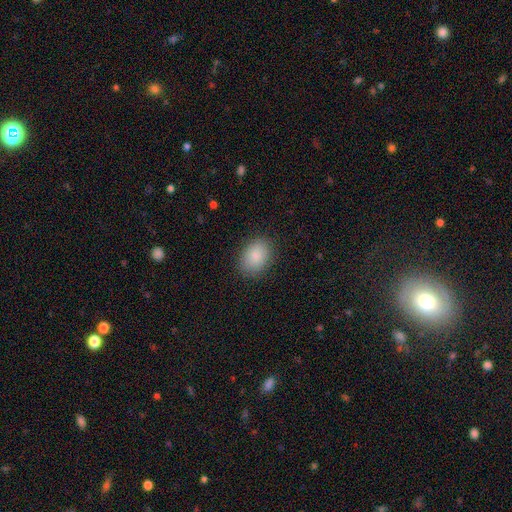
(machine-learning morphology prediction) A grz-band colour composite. It shows a smooth galaxy with no disk features (88%) that is in between round and cigar-shaped (73%). Merging: none (86%).